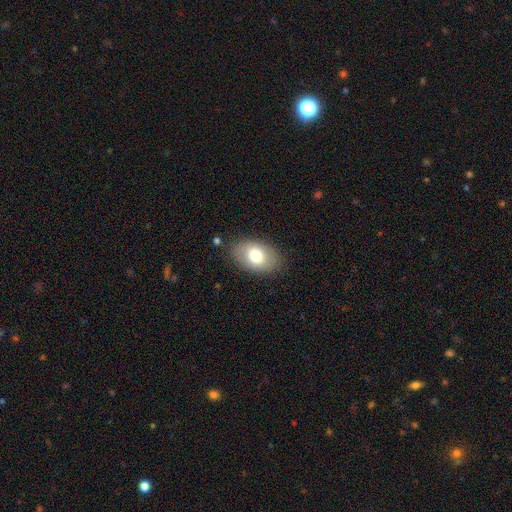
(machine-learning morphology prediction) This is likely a smooth galaxy (73%). How rounded: clearly in between (87%). Merging: clearly none (83%).